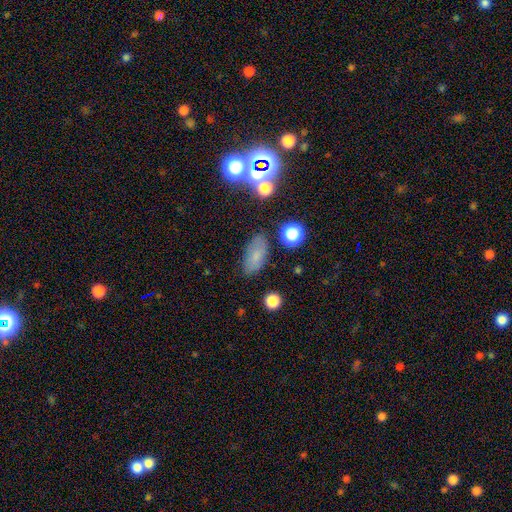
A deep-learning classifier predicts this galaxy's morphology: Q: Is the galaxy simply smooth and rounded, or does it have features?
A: smooth — 71%.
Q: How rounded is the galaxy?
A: in between — 86%.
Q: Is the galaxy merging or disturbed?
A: none — 76%.